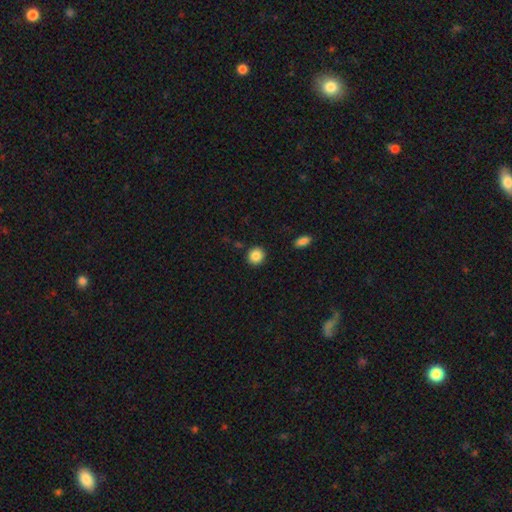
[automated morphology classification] Smooth or featured: smooth — 87% (star or artifact — 9%)
How rounded: round — 88% (in between — 11%)
Merging: none — 90% (minor disturbance — 6%)